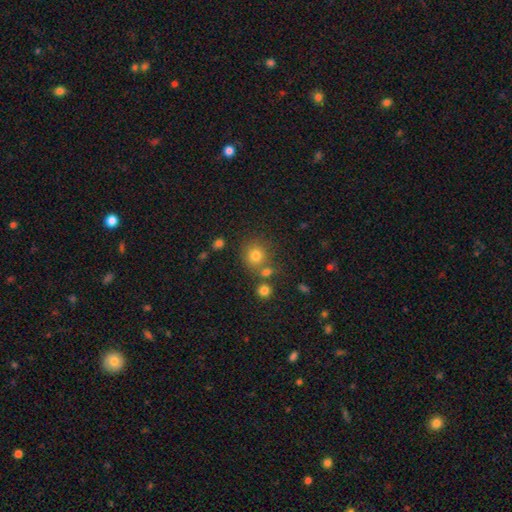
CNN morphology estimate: Smooth or featured?
  - smooth: 77% *
  - star or artifact: 14%
  - featured or disk: 8%
How rounded?
  - round: 87% *
  - in between: 12%
  - cigar-shaped: 1%
Merging?
  - none: 70% *
  - merger: 15%
  - minor disturbance: 11%
  - major disturbance: 4%